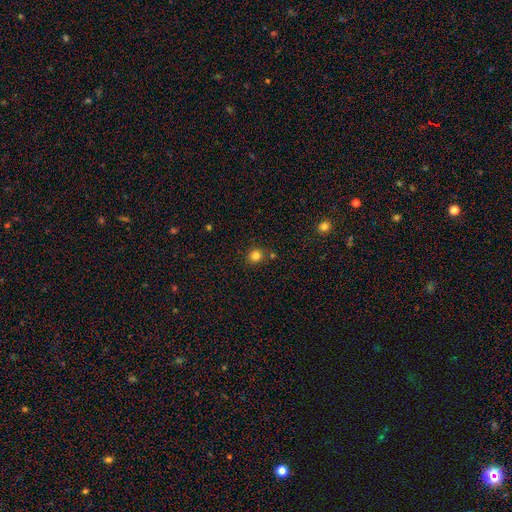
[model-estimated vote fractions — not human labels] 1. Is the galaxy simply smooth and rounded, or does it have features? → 82% smooth, 13% star or artifact, 5% featured or disk.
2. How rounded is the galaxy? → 90% round, 9% in between, 1% cigar-shaped.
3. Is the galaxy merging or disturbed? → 80% none, 9% merger, 8% minor disturbance, 3% major disturbance.